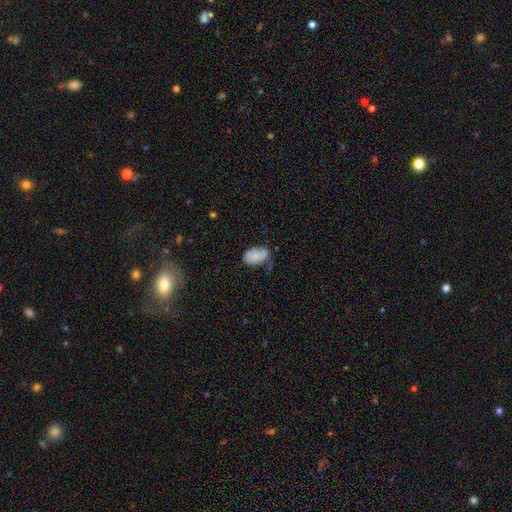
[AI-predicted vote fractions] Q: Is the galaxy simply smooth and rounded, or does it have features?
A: smooth — 74%.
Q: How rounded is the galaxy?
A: in between — 90%.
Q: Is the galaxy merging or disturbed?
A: minor disturbance — 39%.